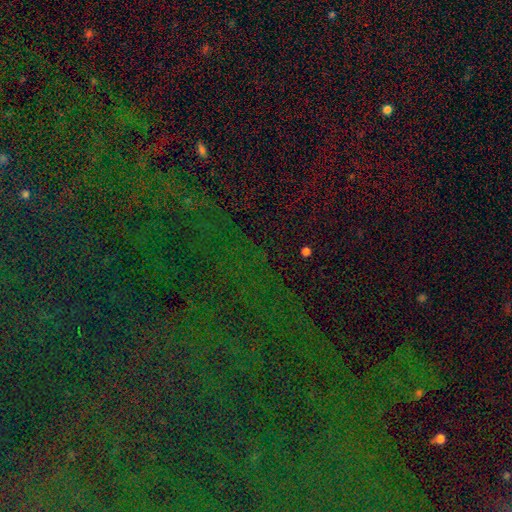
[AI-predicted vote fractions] Smooth or featured?
  - star or artifact: 82% *
  - smooth: 10%
  - featured or disk: 8%